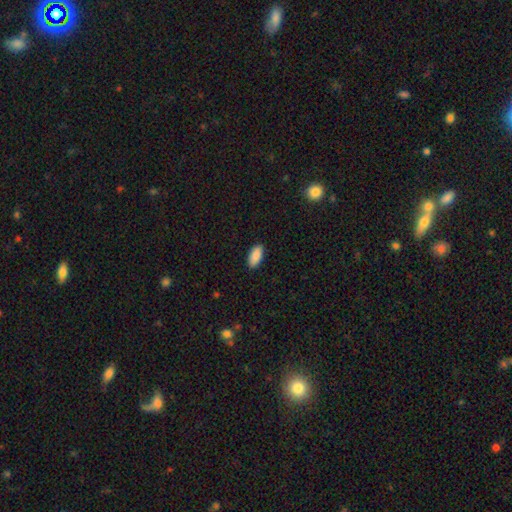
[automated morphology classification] This appears to be a smooth galaxy with no disk features (90%) that is in between round and cigar-shaped (90%). Merging: none (90%).